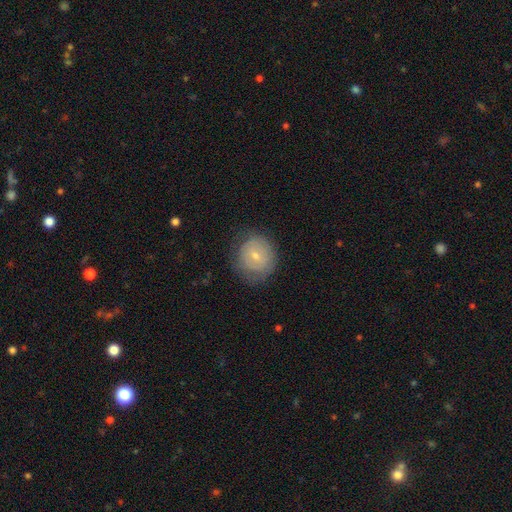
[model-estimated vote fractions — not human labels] Smooth or featured? smooth (55%)
How rounded? round (82%)
Merging? none (71%)